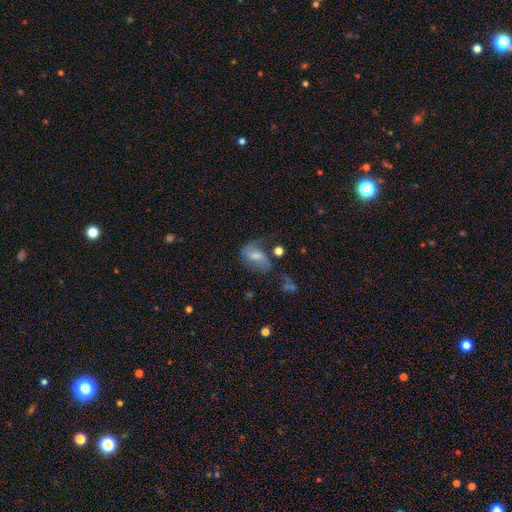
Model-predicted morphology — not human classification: Smooth or featured? featured or disk (54%)
Edge-on disk? no (96%)
Bar? weak (46%)
Spiral arms? yes (79%)
Bulge size? moderate (44%)
Merging? none (42%)